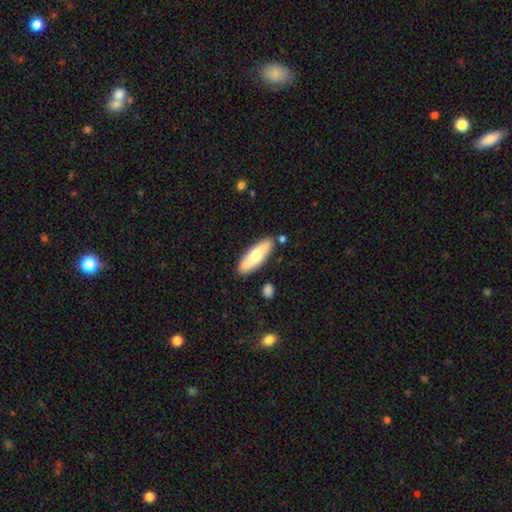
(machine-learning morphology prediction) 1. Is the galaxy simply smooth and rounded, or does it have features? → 68% smooth, 27% featured or disk, 5% star or artifact.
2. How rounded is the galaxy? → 50% cigar-shaped, 48% in between, 2% round.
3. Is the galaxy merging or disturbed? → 83% none, 11% minor disturbance, 4% merger, 2% major disturbance.